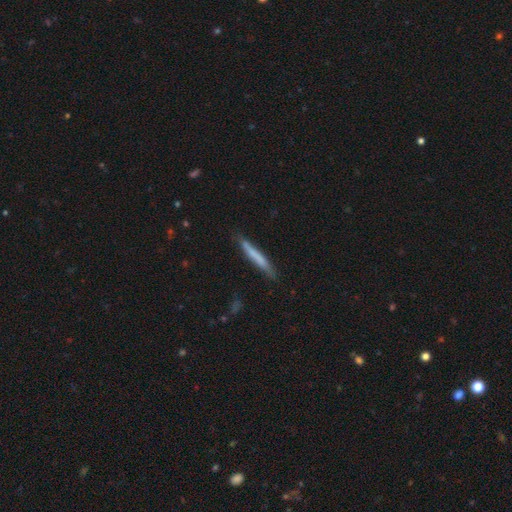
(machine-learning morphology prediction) Smooth or featured?
  - smooth: 63% *
  - featured or disk: 31%
  - star or artifact: 6%
How rounded?
  - cigar-shaped: 96% *
  - in between: 3%
  - round: 1%
Merging?
  - none: 80% *
  - minor disturbance: 16%
  - major disturbance: 3%
  - merger: 2%